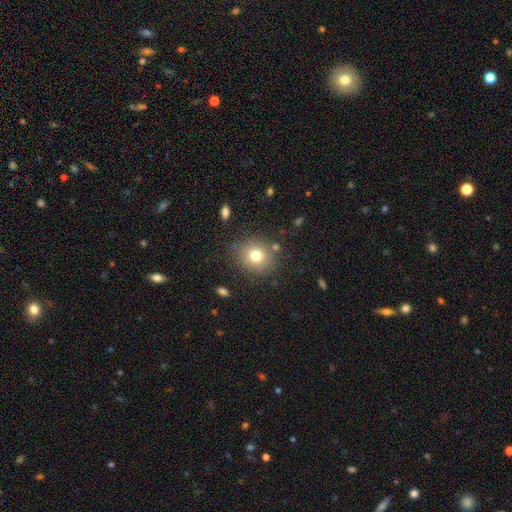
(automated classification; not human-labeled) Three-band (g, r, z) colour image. It shows a smooth galaxy with no disk features (76%) that is round (84%). Merging: none (84%).